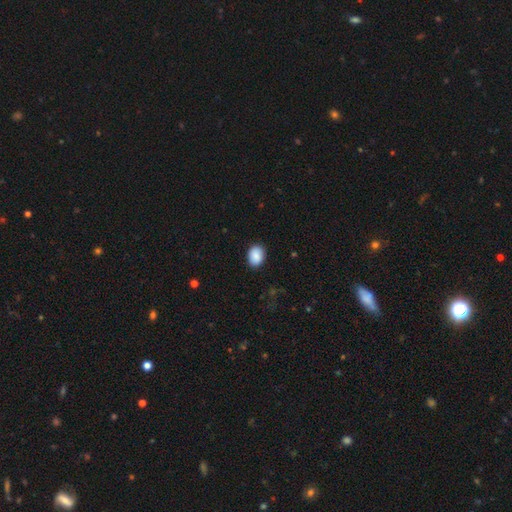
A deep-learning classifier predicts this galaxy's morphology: Overall: smooth (89%). How rounded: in between (68%; round 31%). Merging: none (87%).